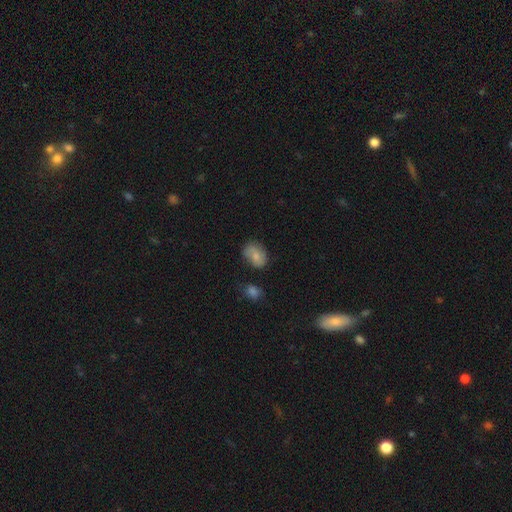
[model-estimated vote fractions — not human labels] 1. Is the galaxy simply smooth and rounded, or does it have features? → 73% smooth, 18% featured or disk, 9% star or artifact.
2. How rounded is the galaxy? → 74% in between, 25% round, 1% cigar-shaped.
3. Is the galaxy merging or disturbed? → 61% none, 26% minor disturbance, 7% major disturbance, 5% merger.